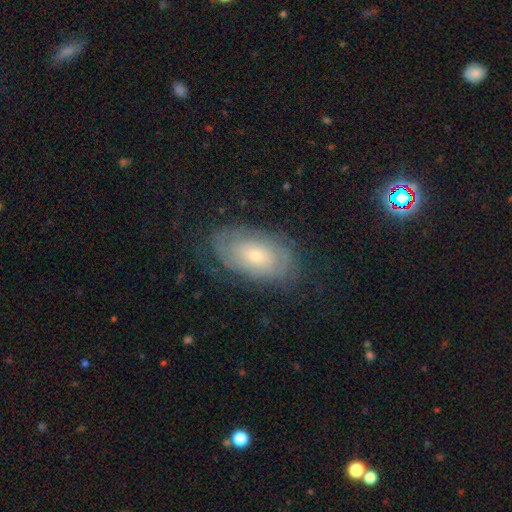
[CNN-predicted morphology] This is likely a featured or disk galaxy (65%). It is clearly not viewed edge-on (94%). Bar: likely no (75%). Spiral arm pattern: clearly yes (85%). Spiral arm count: possibly can't tell (57%). Spiral winding: likely tight (72%). Central bulge: likely small (60%). Merging: likely none (72%).